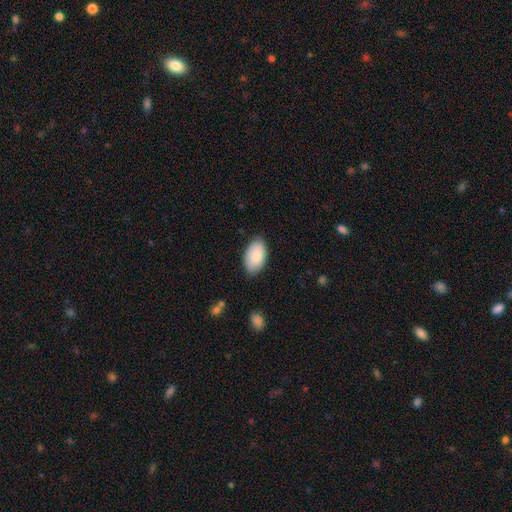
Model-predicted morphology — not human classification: Overall: smooth (84%). How rounded: in between (94%). Merging: none (82%).